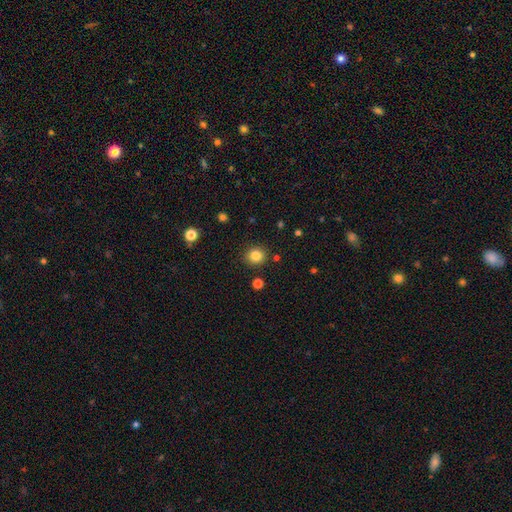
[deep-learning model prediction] Smooth or featured? Predicted: smooth (p=0.83). How rounded? Predicted: round (p=0.85). Merging? Predicted: none (p=0.88).